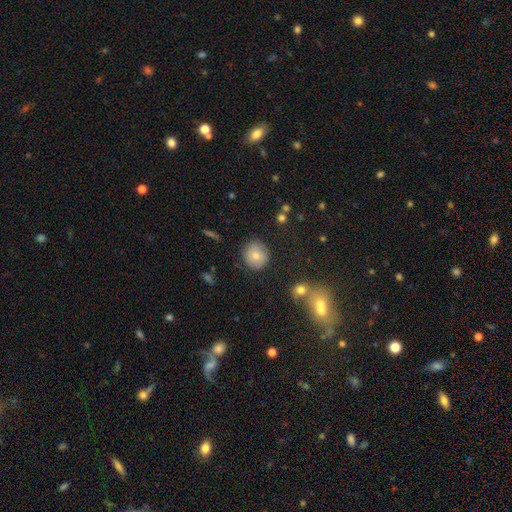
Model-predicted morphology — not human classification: This appears to be a smooth galaxy with no disk features (75%) that is round (86%). Merging: none (85%).